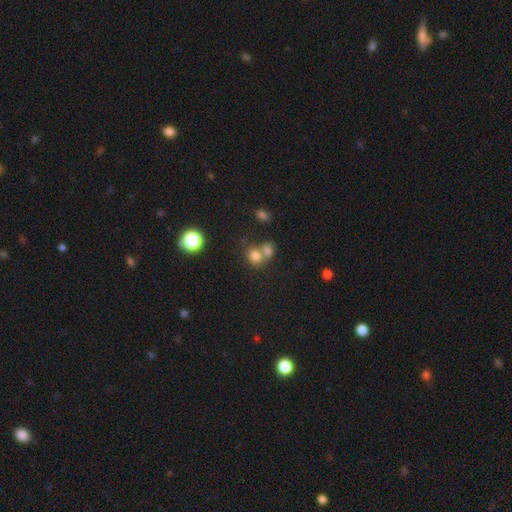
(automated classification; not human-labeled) Morphology: type=smooth (75%); roundness=round (71%); merging=merger (50%).